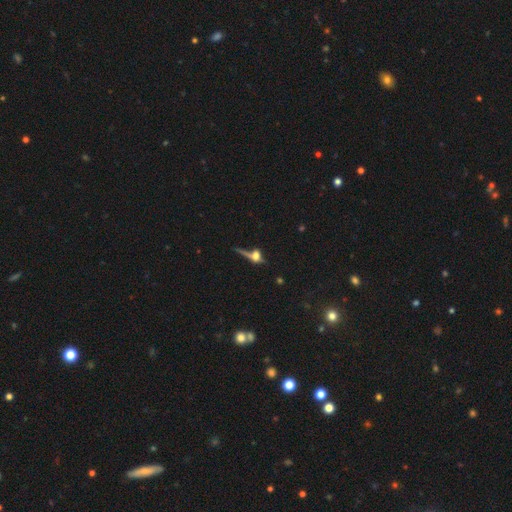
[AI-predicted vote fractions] Morphology: type=featured or disk (42%); merging=none (50%).